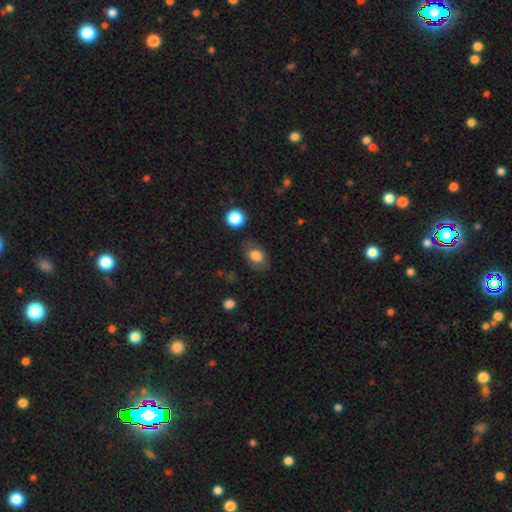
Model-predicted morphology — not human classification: smooth-or-featured: smooth: 75% | featured or disk: 17% | star or artifact: 8%
  how-rounded: in between: 76% | round: 23% | cigar-shaped: 1%
  merging: none: 74% | minor disturbance: 18% | major disturbance: 6% | merger: 2%